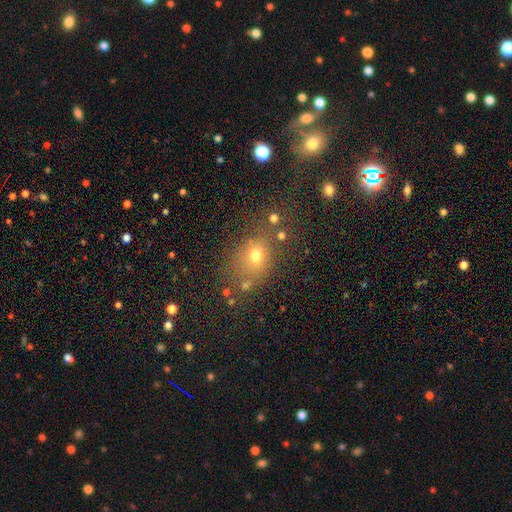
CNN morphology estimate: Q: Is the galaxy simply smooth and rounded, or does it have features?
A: smooth — 69%.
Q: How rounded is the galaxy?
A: round — 50%.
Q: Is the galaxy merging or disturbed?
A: none — 61%.